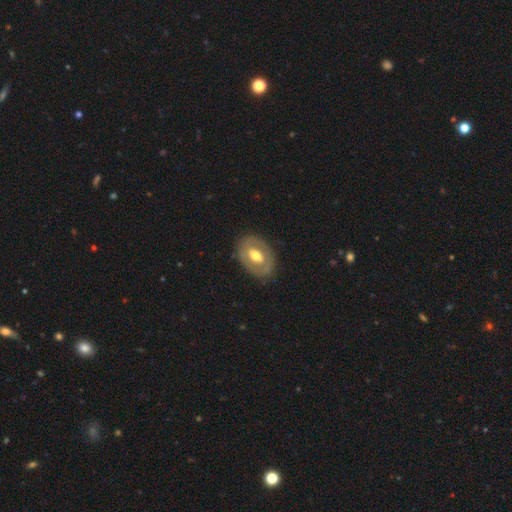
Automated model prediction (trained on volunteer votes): Q: Smooth or featured?
A: featured or disk (55%); runner-up: smooth (40%)
Q: Edge-on disk?
A: no (92%); runner-up: yes (8%)
Q: Bar?
A: no (58%); runner-up: weak (28%)
Q: Spiral arms?
A: no (83%); runner-up: yes (17%)
Q: Bulge size?
A: moderate (70%); runner-up: large (18%)
Q: Merging?
A: none (81%); runner-up: minor disturbance (13%)